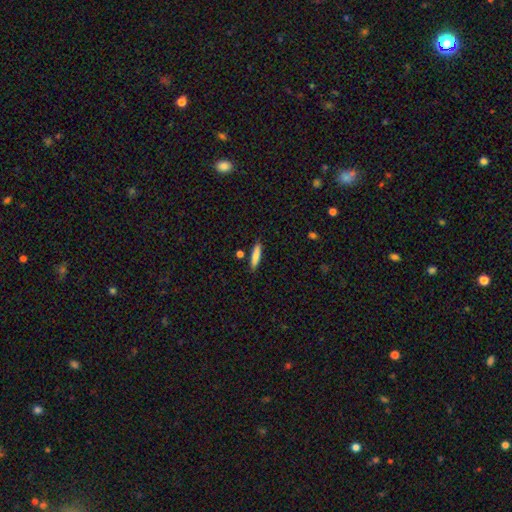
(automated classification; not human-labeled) Smooth or featured: smooth — 83% (featured or disk — 11%)
How rounded: cigar-shaped — 83% (in between — 15%)
Merging: none — 86% (minor disturbance — 9%)